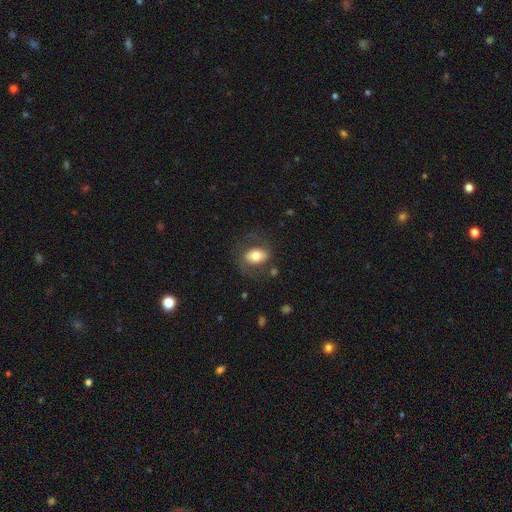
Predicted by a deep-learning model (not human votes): This is likely a smooth galaxy (61%). How rounded: likely in between (76%). Merging: likely none (65%).